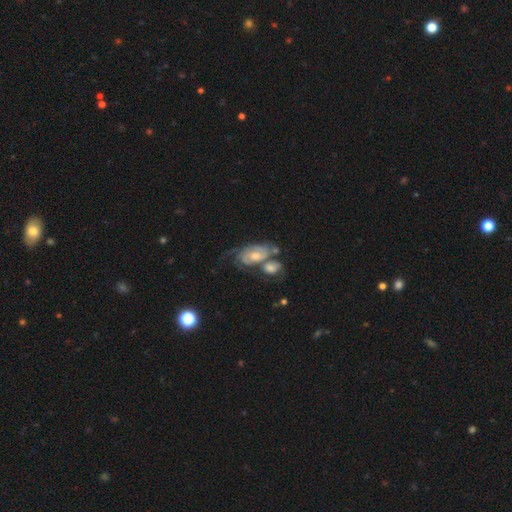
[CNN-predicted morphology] This appears to be a featured or disk galaxy (70%) with no bar (67%), tight (52%) spiral arms (84%) and a moderate central bulge (55%). Merging: merger (37%).